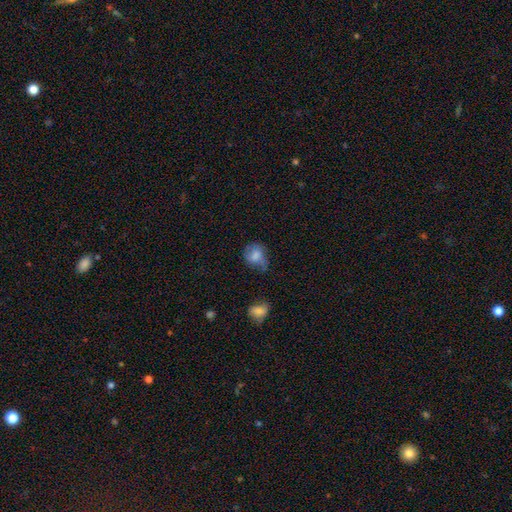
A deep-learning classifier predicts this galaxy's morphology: A smooth galaxy with no disk features (68%) that is round (55%). Merging: none (37%).